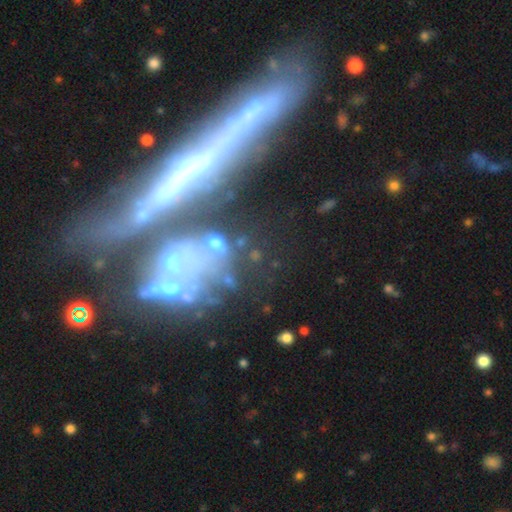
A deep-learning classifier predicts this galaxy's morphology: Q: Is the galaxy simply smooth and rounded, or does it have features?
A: featured or disk — 36%.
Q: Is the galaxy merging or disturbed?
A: none — 44%.